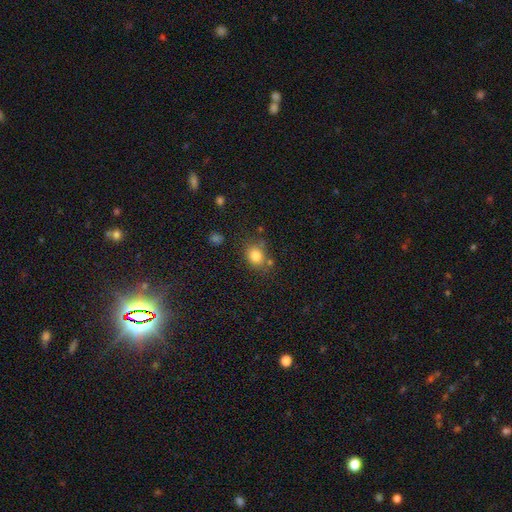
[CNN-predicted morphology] This appears to be a smooth galaxy with no disk features (82%) that is round (56%). Merging: none (69%).